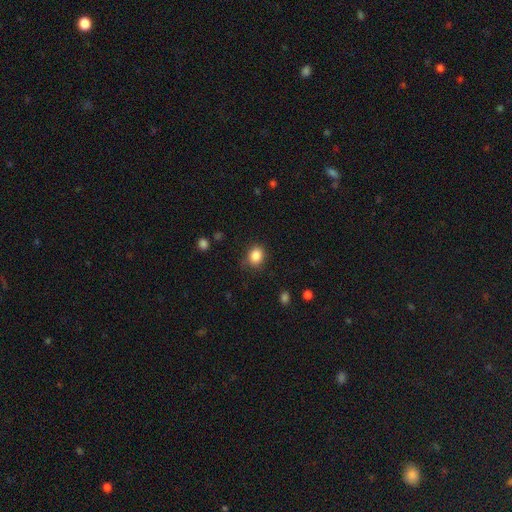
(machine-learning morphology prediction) Smooth or featured? smooth (86%)
How rounded? round (62%)
Merging? none (80%)